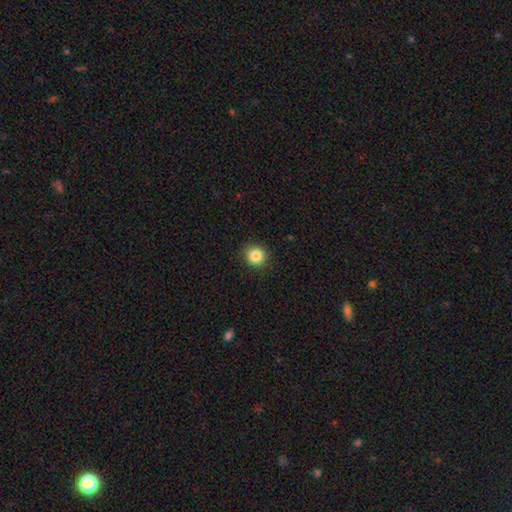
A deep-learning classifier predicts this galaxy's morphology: smooth-or-featured: smooth: 86% | star or artifact: 10% | featured or disk: 4%
  how-rounded: round: 90% | in between: 9% | cigar-shaped: 1%
  merging: none: 91% | minor disturbance: 7% | major disturbance: 2% | merger: 1%